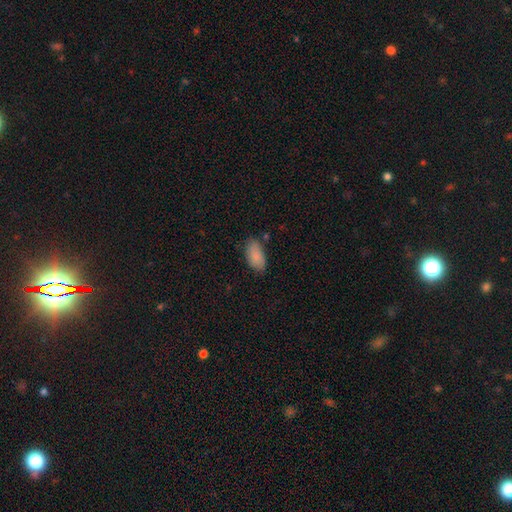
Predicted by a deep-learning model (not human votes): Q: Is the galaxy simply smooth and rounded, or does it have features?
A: smooth — 87%.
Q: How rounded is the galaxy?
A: in between — 94%.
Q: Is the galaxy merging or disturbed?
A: none — 76%.